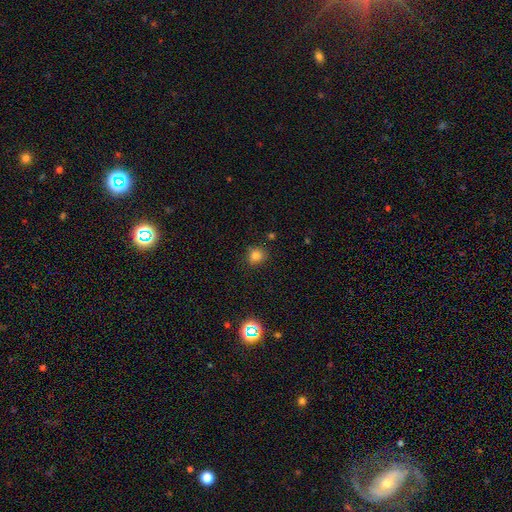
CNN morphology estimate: A smooth galaxy with no disk features (79%) that is round (80%).

Vote fractions:
- Smooth or featured? smooth: 79% / star or artifact: 15% / featured or disk: 6%
- How rounded? round: 80% / in between: 19% / cigar-shaped: 1%
- Merging? none: 83% / minor disturbance: 12% / major disturbance: 3% / merger: 2%